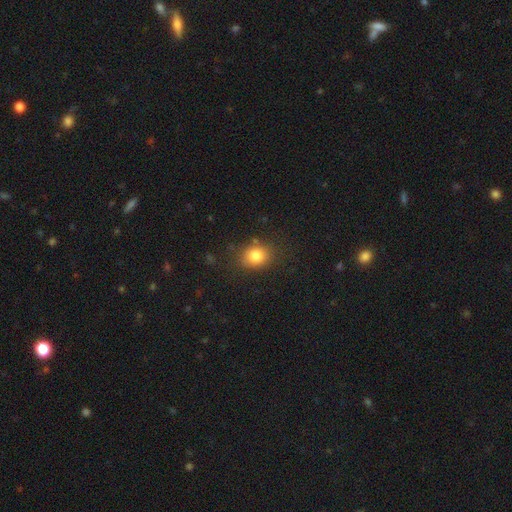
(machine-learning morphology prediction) Smooth or featured: smooth — 81% (star or artifact — 11%)
How rounded: round — 60% (in between — 39%)
Merging: none — 80% (minor disturbance — 13%)